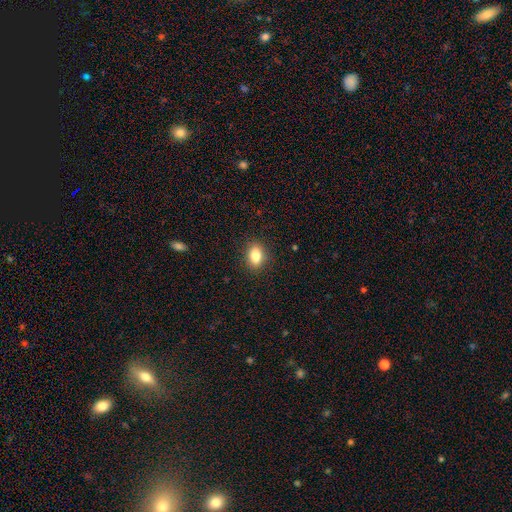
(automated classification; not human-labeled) This is clearly a smooth galaxy (84%). How rounded: likely in between (75%). Merging: clearly none (88%).